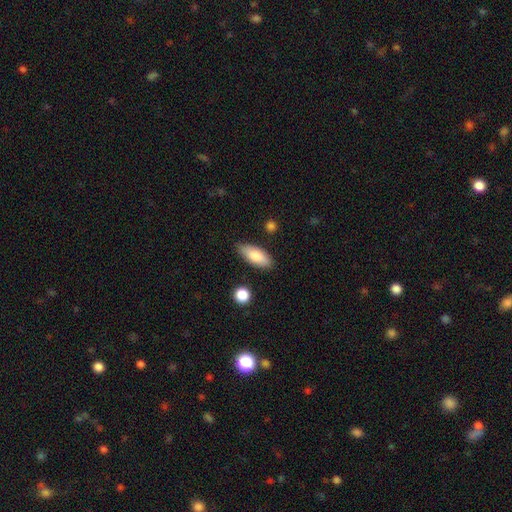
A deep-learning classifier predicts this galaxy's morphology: smooth_or_featured: smooth (p=0.81) [alt: featured or disk p=0.13]
how_rounded: in between (p=0.77) [alt: cigar-shaped p=0.20]
merging: none (p=0.83) [alt: minor disturbance p=0.12]